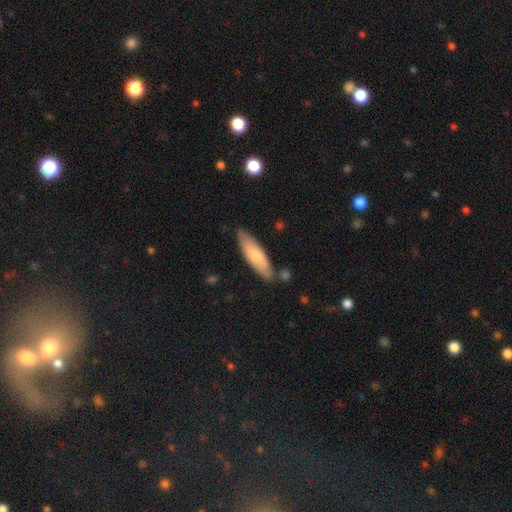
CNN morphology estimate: smooth 70%, featured or disk 25%, star or artifact 5%. Down the decision tree: how rounded — cigar-shaped (58%); merging — none (78%).